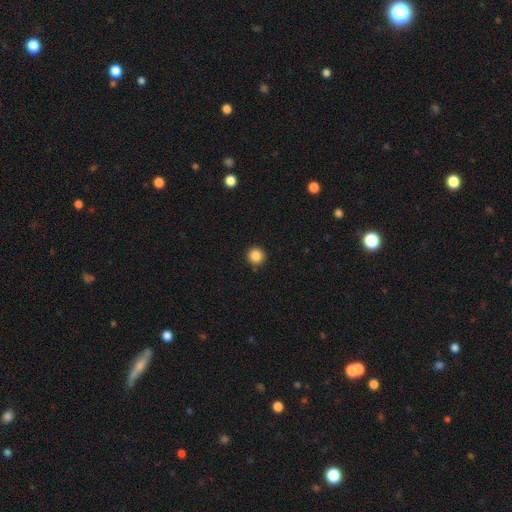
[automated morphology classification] Q: Smooth or featured?
A: smooth (86%); runner-up: star or artifact (10%)
Q: How rounded?
A: round (95%); runner-up: in between (4%)
Q: Merging?
A: none (91%); runner-up: minor disturbance (6%)